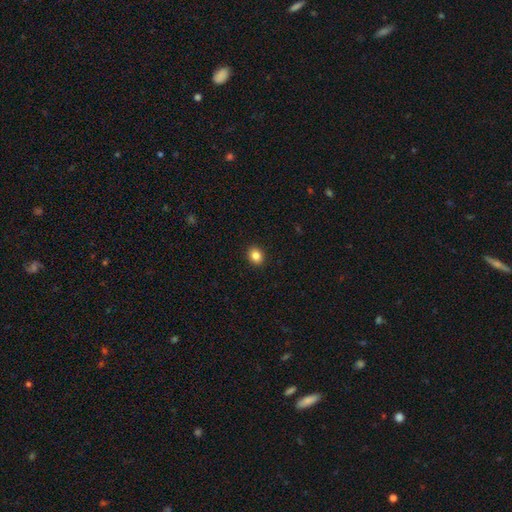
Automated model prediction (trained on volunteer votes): smooth-or-featured: smooth: 86% | star or artifact: 10% | featured or disk: 4%
  how-rounded: round: 58% | in between: 41% | cigar-shaped: 1%
  merging: none: 92% | minor disturbance: 6% | major disturbance: 2% | merger: 1%